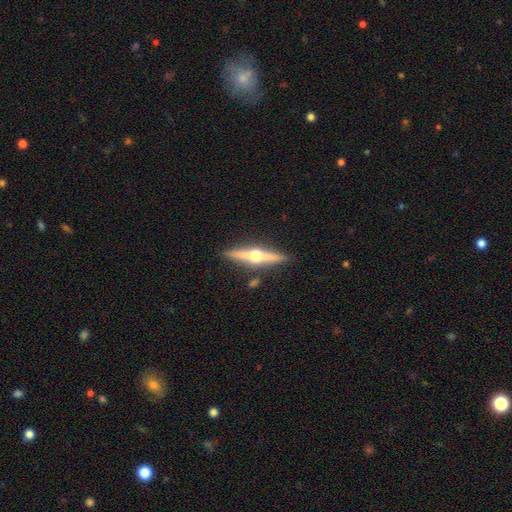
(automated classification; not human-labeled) smooth-or-featured: featured or disk: 78% | smooth: 17% | star or artifact: 5%
  disk-edge-on: yes: 98% | no: 2%
    edge-on-bulge: rounded: 96% | boxy: 2% | none: 2%
  merging: none: 88% | minor disturbance: 8% | merger: 3% | major disturbance: 2%